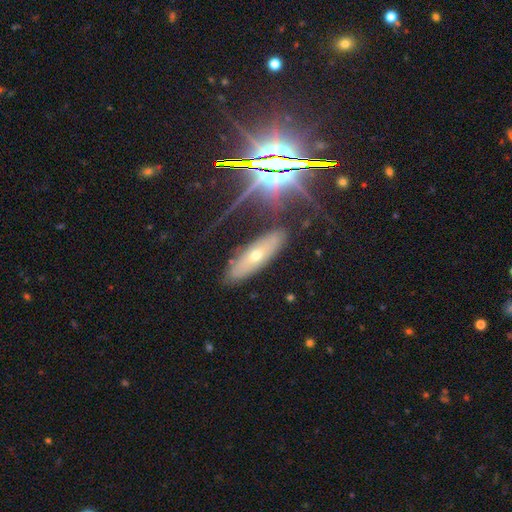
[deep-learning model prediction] Morphology: type=smooth (45%); merging=none (81%).